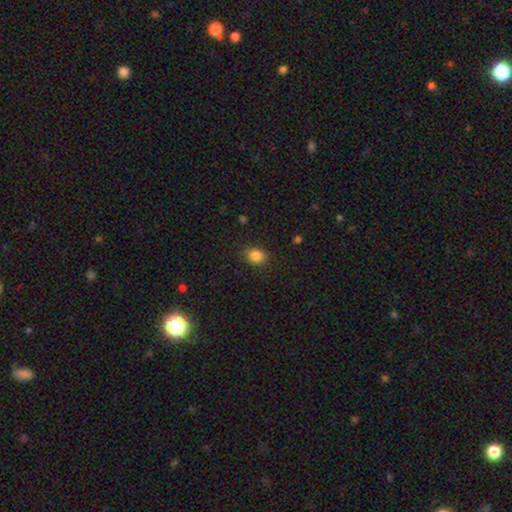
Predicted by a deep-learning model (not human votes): Q: Smooth or featured?
A: smooth (86%); runner-up: star or artifact (10%)
Q: How rounded?
A: in between (54%); runner-up: round (45%)
Q: Merging?
A: none (87%); runner-up: minor disturbance (10%)